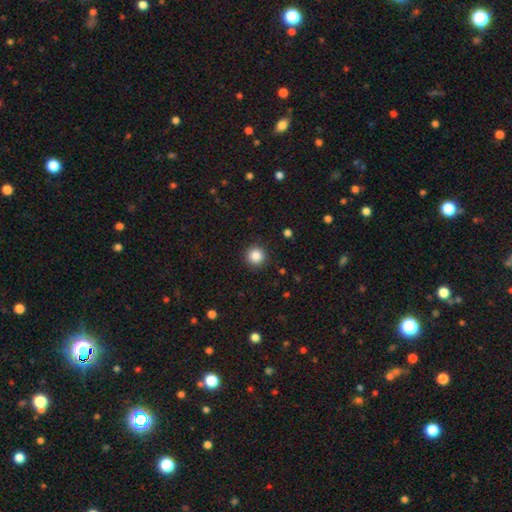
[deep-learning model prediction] Smooth or featured: smooth — 86% (star or artifact — 10%)
How rounded: round — 95% (in between — 4%)
Merging: none — 91% (minor disturbance — 6%)